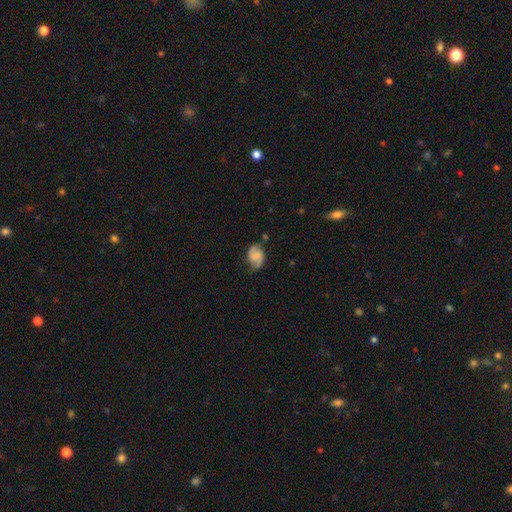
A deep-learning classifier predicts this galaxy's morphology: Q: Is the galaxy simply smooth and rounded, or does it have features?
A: featured or disk — 47%.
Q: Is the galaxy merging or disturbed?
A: none — 57%.